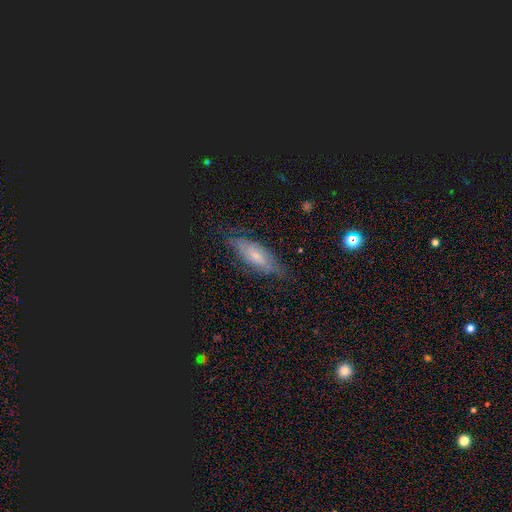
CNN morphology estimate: This is possibly a featured or disk galaxy (49%). Merging: likely none (71%).